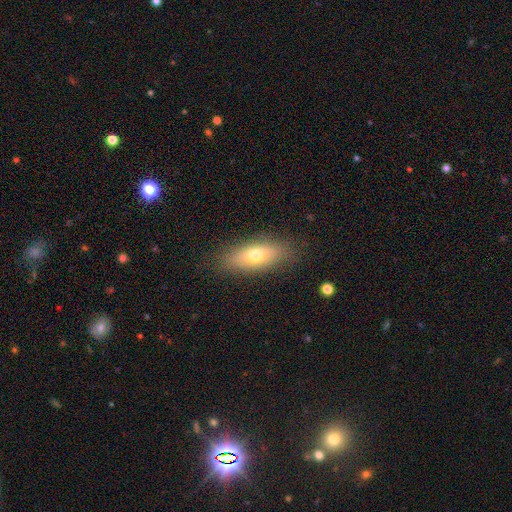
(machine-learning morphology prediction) smooth_or_featured: smooth (p=0.67) [alt: featured or disk p=0.25]
how_rounded: in between (p=0.70) [alt: cigar-shaped p=0.26]
merging: none (p=0.84) [alt: minor disturbance p=0.11]